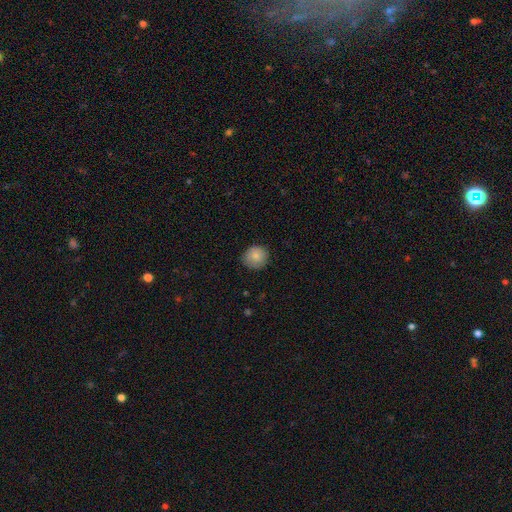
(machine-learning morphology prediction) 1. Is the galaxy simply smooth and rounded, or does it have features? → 83% smooth, 9% featured or disk, 8% star or artifact.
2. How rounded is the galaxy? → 88% round, 11% in between, 1% cigar-shaped.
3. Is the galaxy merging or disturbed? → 84% none, 12% minor disturbance, 3% major disturbance, 1% merger.